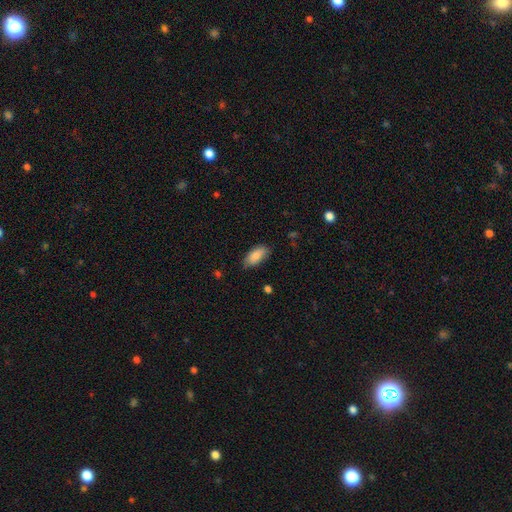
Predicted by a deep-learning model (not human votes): smooth 85%, featured or disk 9%, star or artifact 6%. Down the decision tree: how rounded — in between (90%); merging — none (77%).